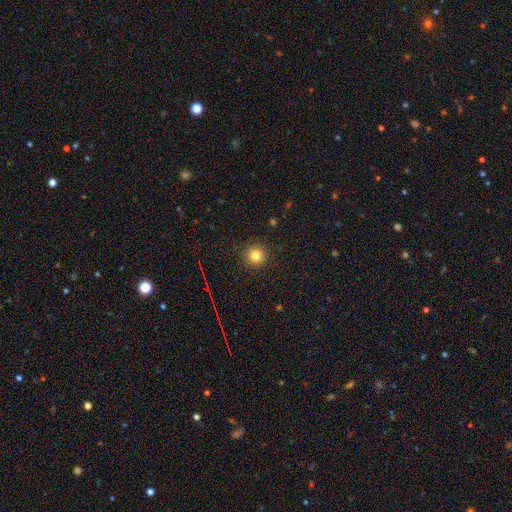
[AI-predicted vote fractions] Smooth or featured?
  - smooth: 81% *
  - star or artifact: 13%
  - featured or disk: 6%
How rounded?
  - round: 95% *
  - in between: 4%
  - cigar-shaped: 1%
Merging?
  - none: 92% *
  - minor disturbance: 5%
  - major disturbance: 2%
  - merger: 1%